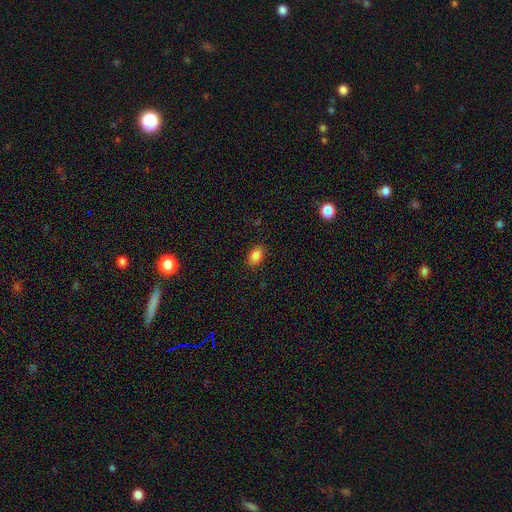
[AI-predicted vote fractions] Overall: smooth (86%). How rounded: in between (88%). Merging: none (88%).